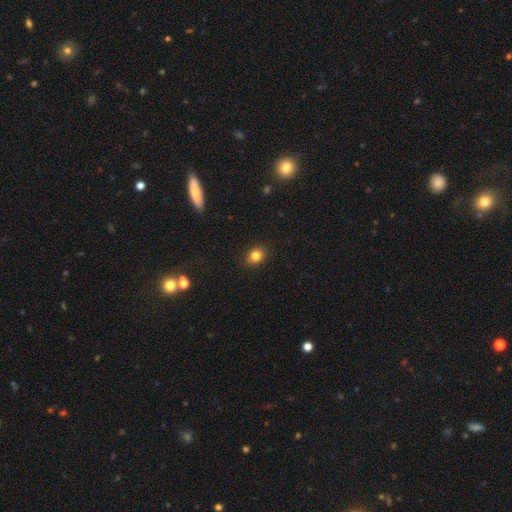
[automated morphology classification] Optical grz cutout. It shows a smooth galaxy with no disk features (82%) that is round (52%). Merging: none (89%).